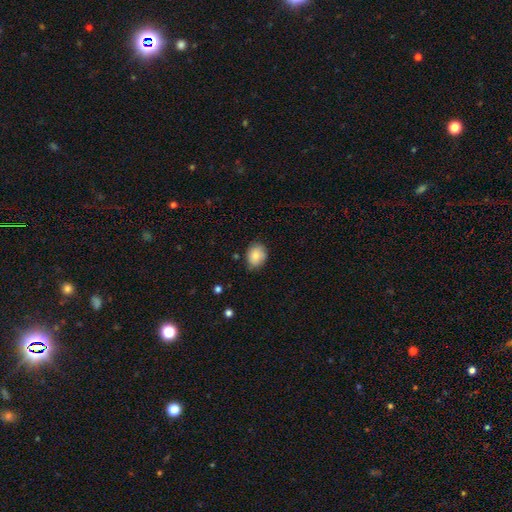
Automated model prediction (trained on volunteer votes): Smooth or featured?
  - smooth: 82% *
  - featured or disk: 10%
  - star or artifact: 8%
How rounded?
  - in between: 51% *
  - round: 48%
  - cigar-shaped: 1%
Merging?
  - none: 74% *
  - minor disturbance: 21%
  - major disturbance: 3%
  - merger: 1%